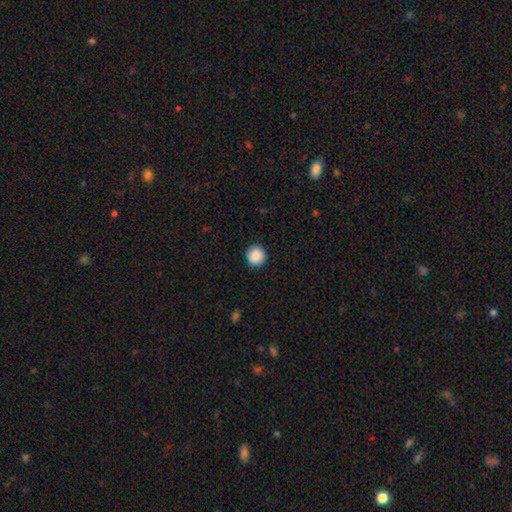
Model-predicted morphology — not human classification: smooth 88%, star or artifact 8%, featured or disk 4%. Down the decision tree: how rounded — round (94%); merging — none (91%).